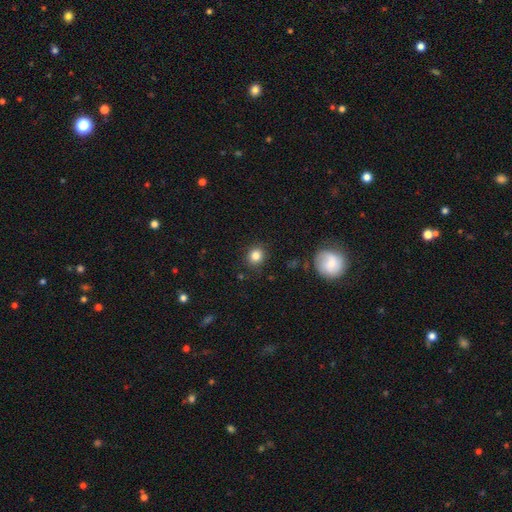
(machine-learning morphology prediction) Q: Smooth or featured?
A: smooth (84%); runner-up: star or artifact (11%)
Q: How rounded?
A: round (78%); runner-up: in between (21%)
Q: Merging?
A: none (88%); runner-up: minor disturbance (8%)